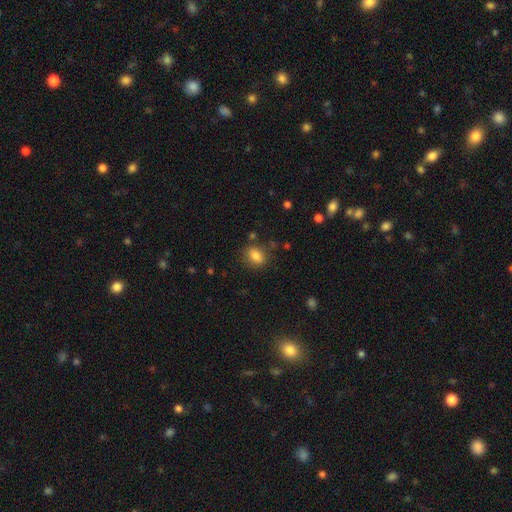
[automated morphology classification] smooth 83%, star or artifact 10%, featured or disk 7%. Down the decision tree: how rounded — in between (65%); merging — none (80%).